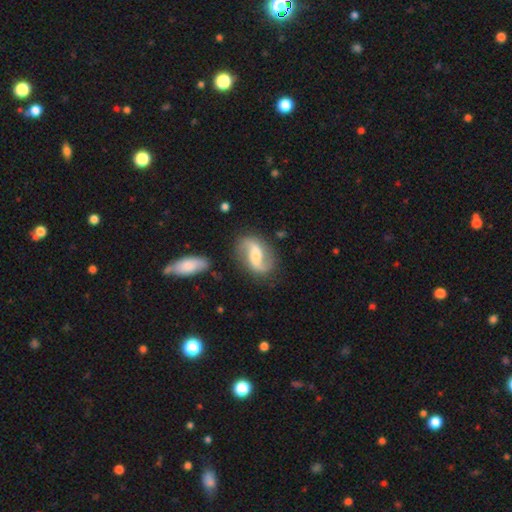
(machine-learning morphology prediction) smooth-or-featured: featured or disk: 82% | smooth: 12% | star or artifact: 5%
  disk-edge-on: no: 97% | yes: 3%
    bar: weak: 45% | no: 28% | strong: 27%
    has-spiral-arms: yes: 95% | no: 5%
      spiral-winding: loose: 62% | medium: 30% | tight: 8%
      spiral-arm-count: 2: 92% | can't tell: 2% | 1: 2% | 3: 1% | 4: 1% | more than 4: 1%
    bulge-size: moderate: 49% | small: 31% | large: 10% | none: 8% | dominant: 2%
  merging: none: 78% | minor disturbance: 14% | major disturbance: 4% | merger: 3%